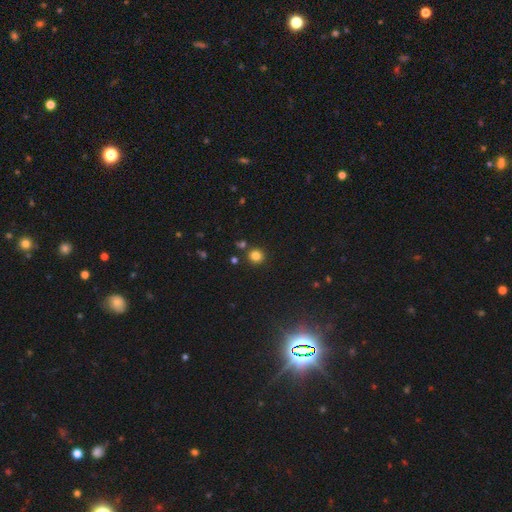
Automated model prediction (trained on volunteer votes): Q: Smooth or featured?
A: smooth (81%); runner-up: star or artifact (14%)
Q: How rounded?
A: round (93%); runner-up: in between (6%)
Q: Merging?
A: none (85%); runner-up: minor disturbance (6%)